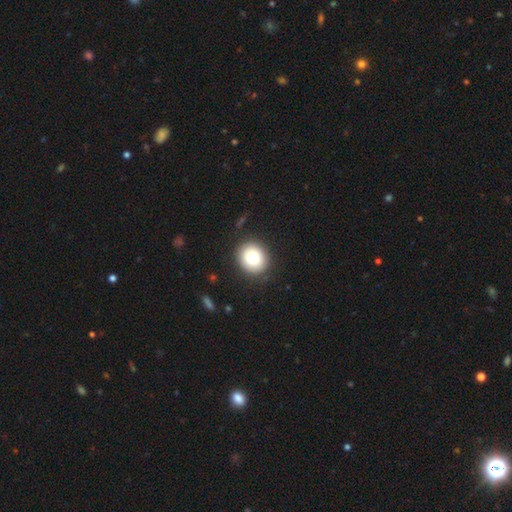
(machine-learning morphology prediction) type=smooth (81%); roundness=round (83%); merging=none (87%).